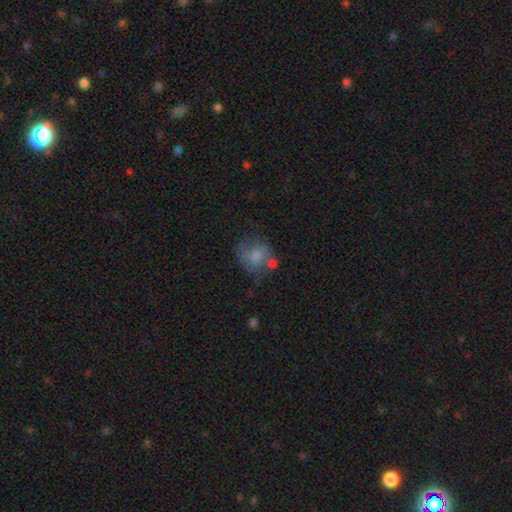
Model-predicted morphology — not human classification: Overall: smooth (65%; featured or disk 26%). How rounded: round (67%; in between 32%). Merging: none (43%; minor disturbance 24%).